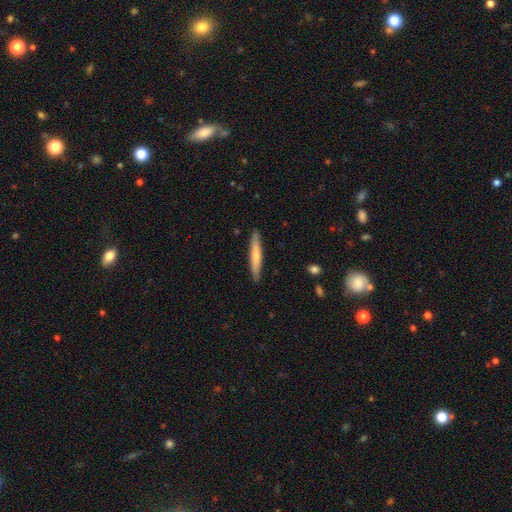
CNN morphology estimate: type=smooth (63%); roundness=cigar-shaped (94%); merging=none (89%).